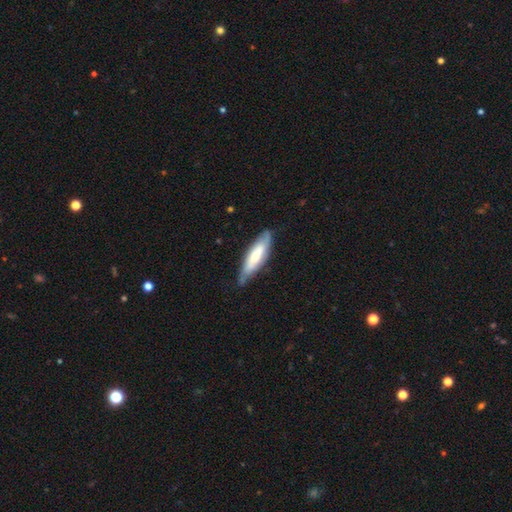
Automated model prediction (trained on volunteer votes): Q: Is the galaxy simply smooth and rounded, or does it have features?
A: smooth — 56%.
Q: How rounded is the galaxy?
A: cigar-shaped — 62%.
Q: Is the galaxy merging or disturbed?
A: none — 69%.